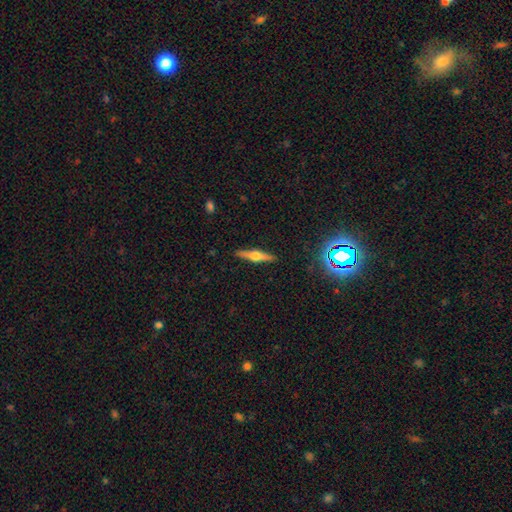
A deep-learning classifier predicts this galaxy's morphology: A featured or disk galaxy (68%) viewed edge-on (97%) with a rounded central bulge (94%).

Vote fractions:
- Smooth or featured? featured or disk: 68% / smooth: 24% / star or artifact: 8%
- Edge-on disk? yes: 97% / no: 3%
- Edge-on bulge? rounded: 94% / boxy: 4% / none: 2%
- Merging? none: 90% / minor disturbance: 7% / major disturbance: 2% / merger: 1%